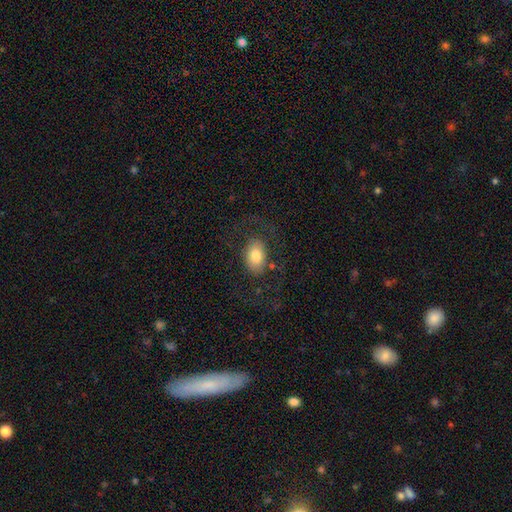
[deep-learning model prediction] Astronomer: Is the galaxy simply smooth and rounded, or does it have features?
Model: smooth — 70%.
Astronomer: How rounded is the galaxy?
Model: in between — 87%.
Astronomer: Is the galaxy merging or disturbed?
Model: none — 61%.